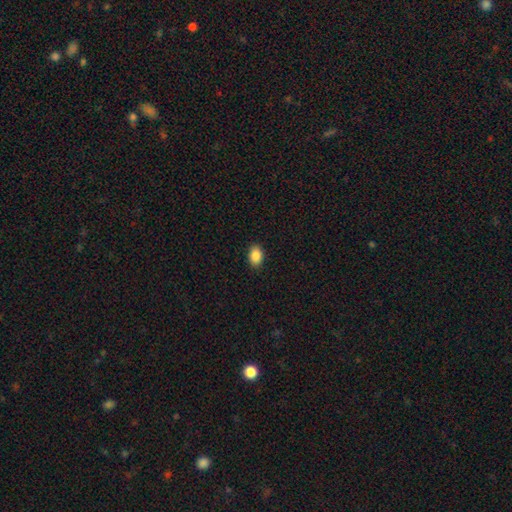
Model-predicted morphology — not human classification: A smooth galaxy with no disk features (88%) that is in between round and cigar-shaped (83%). Merging: none (90%).